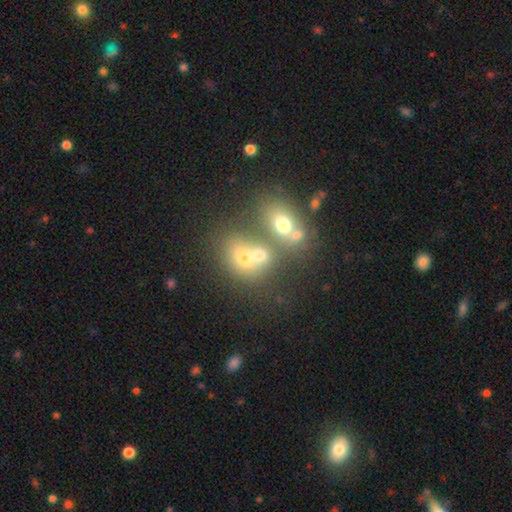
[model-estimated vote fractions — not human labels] Smooth or featured: smooth — 56% (featured or disk — 25%)
How rounded: round — 54% (in between — 44%)
Merging: merger — 59% (none — 29%)